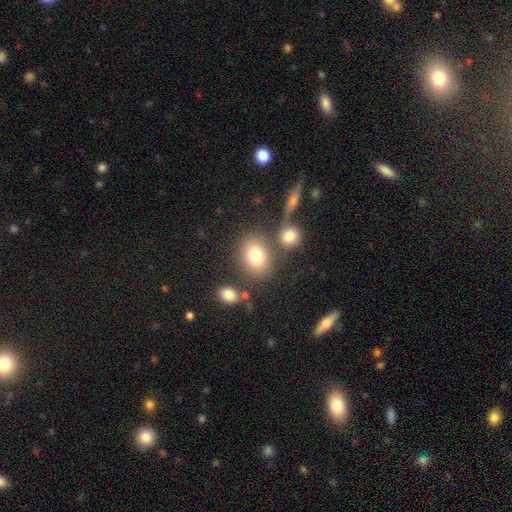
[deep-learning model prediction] Smooth or featured? smooth (78%)
How rounded? in between (57%)
Merging? none (67%)